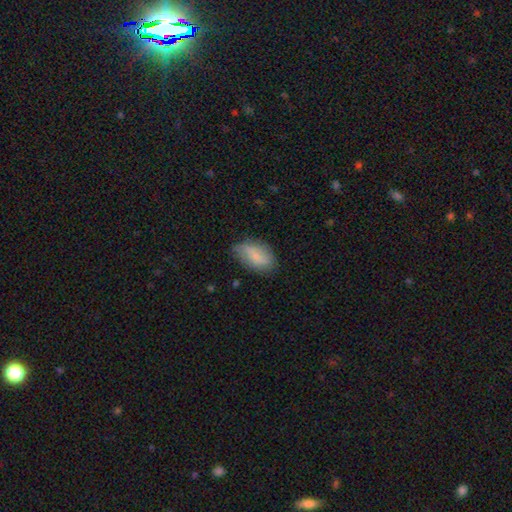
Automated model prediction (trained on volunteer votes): smooth_or_featured: smooth (p=0.69) [alt: featured or disk p=0.24]
how_rounded: in between (p=0.91) [alt: round p=0.05]
merging: none (p=0.67) [alt: minor disturbance p=0.26]